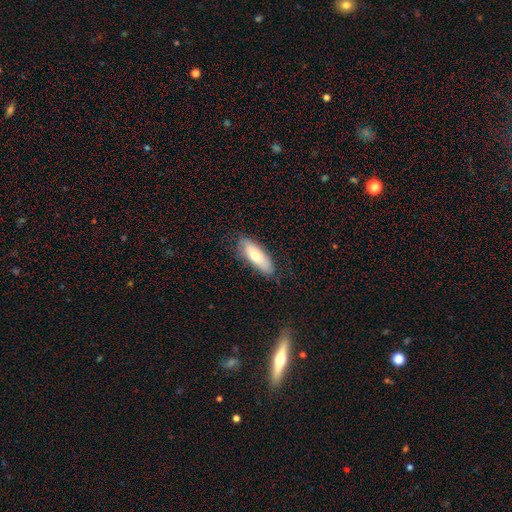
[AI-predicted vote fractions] Morphology: type=smooth (74%); roundness=in between (63%); merging=none (79%).